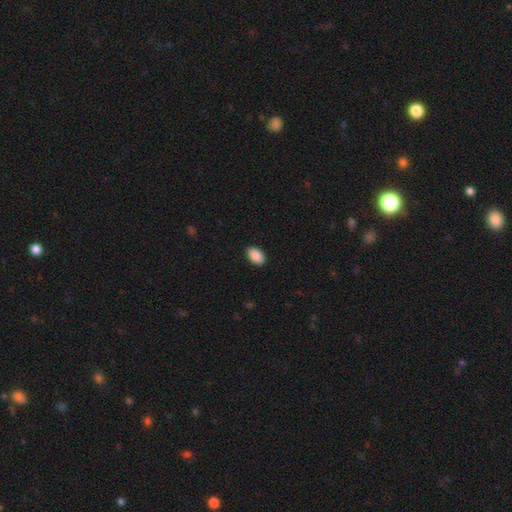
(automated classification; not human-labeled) Smooth or featured? smooth (91%)
How rounded? in between (92%)
Merging? none (89%)